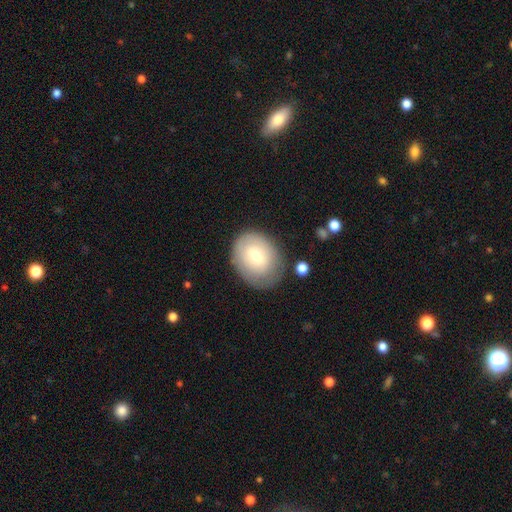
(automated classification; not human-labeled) Q: Smooth or featured?
A: smooth (60%); runner-up: featured or disk (33%)
Q: How rounded?
A: in between (57%); runner-up: round (42%)
Q: Merging?
A: none (71%); runner-up: minor disturbance (19%)